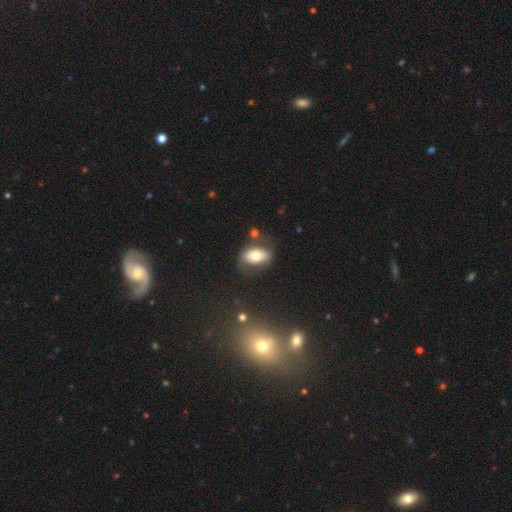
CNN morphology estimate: smooth 71%, featured or disk 21%, star or artifact 8%. Down the decision tree: how rounded — in between (89%); merging — none (63%).